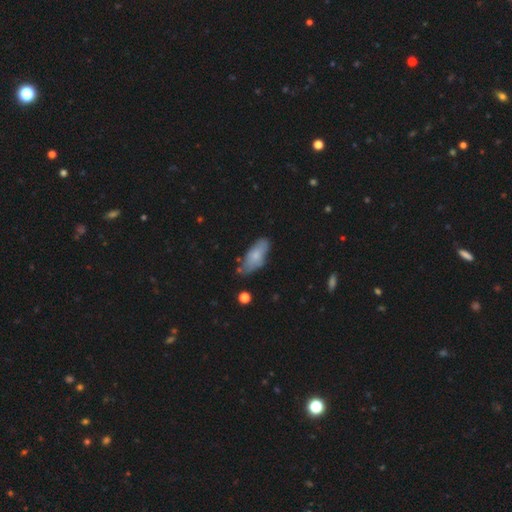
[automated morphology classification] The model was most divided on "merging": none: 62%, minor disturbance: 28%, major disturbance: 6%, merger: 4%. More confident: how rounded — in between (79%); smooth or featured — smooth (72%).